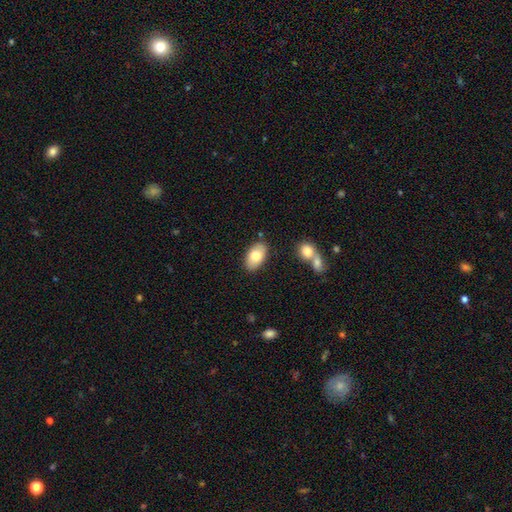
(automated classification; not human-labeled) Morphology: type=smooth (78%); roundness=in between (94%); merging=none (83%).